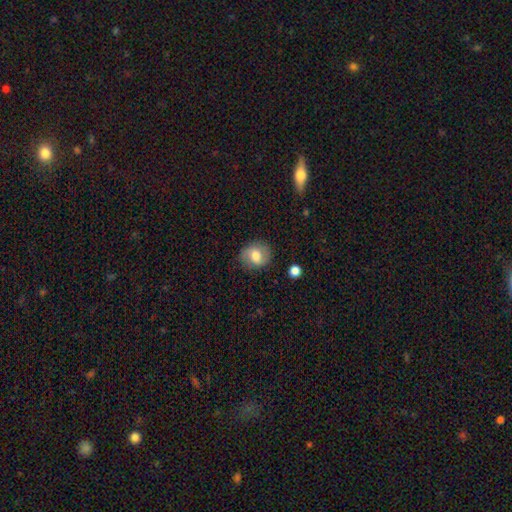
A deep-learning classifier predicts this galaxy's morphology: Overall: smooth (56%; featured or disk 35%). How rounded: round (69%; in between 30%). Merging: none (78%).